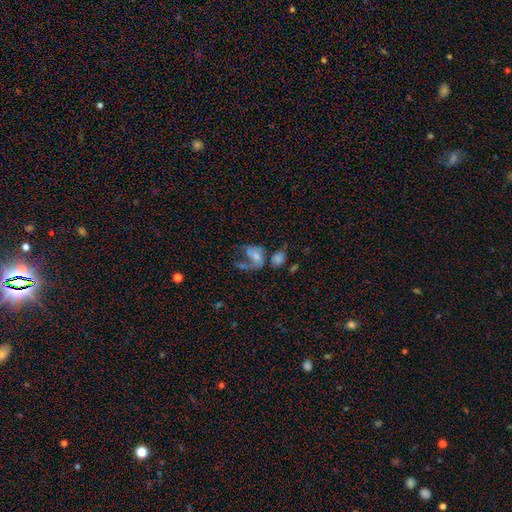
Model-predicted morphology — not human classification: type=featured or disk (53%); edge-on=no (96%); bar=no (68%); spiral arms=yes (62%); bulge=small (40%); merging=major disturbance (33%).